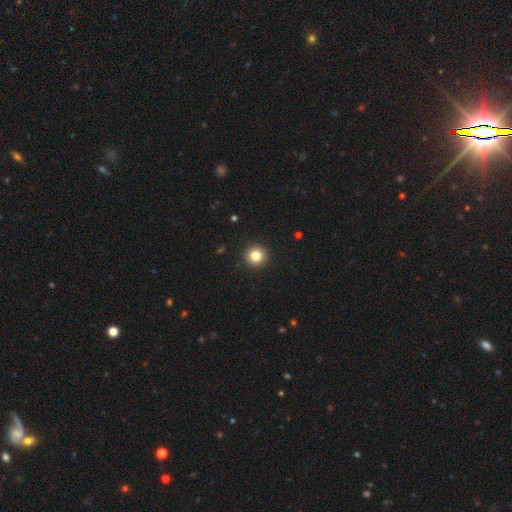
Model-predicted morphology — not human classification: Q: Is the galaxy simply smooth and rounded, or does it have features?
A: smooth — 83%.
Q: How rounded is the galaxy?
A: round — 95%.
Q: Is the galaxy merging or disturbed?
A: none — 93%.